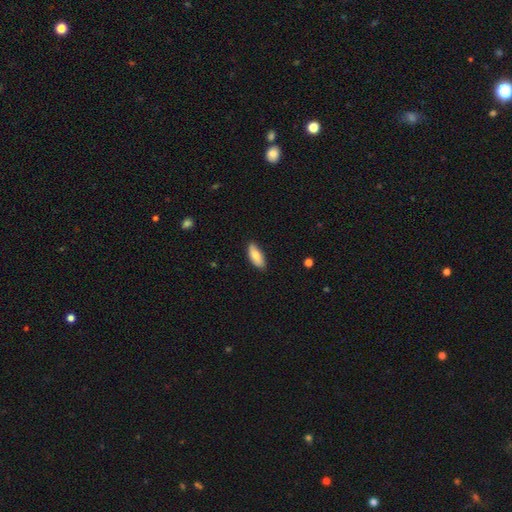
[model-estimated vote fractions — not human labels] A smooth galaxy with no disk features (79%) that is in between round and cigar-shaped (81%).

Vote fractions:
- Smooth or featured? smooth: 79% / featured or disk: 15% / star or artifact: 6%
- How rounded? in between: 81% / cigar-shaped: 17% / round: 2%
- Merging? none: 84% / minor disturbance: 13% / major disturbance: 2% / merger: 1%